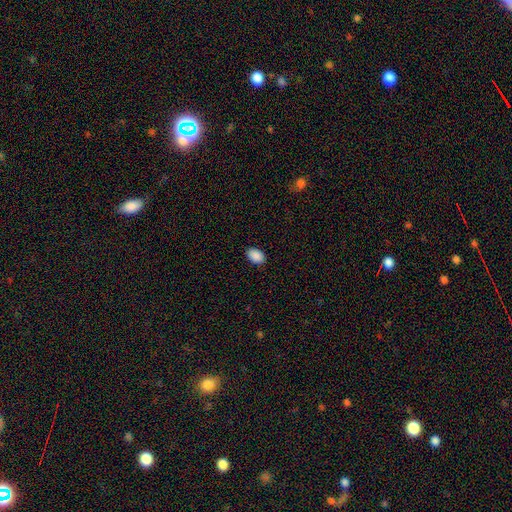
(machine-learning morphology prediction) A smooth galaxy with no disk features (90%) that is in between round and cigar-shaped (87%).

Vote fractions:
- Smooth or featured? smooth: 90% / star or artifact: 7% / featured or disk: 2%
- How rounded? in between: 87% / round: 12% / cigar-shaped: 1%
- Merging? none: 88% / minor disturbance: 9% / major disturbance: 2% / merger: 1%